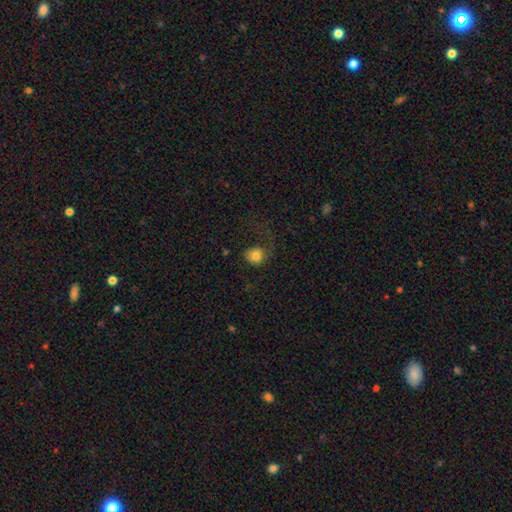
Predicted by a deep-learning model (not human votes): Smooth or featured?
  - smooth: 79% *
  - star or artifact: 11%
  - featured or disk: 10%
How rounded?
  - round: 71% *
  - in between: 27%
  - cigar-shaped: 1%
Merging?
  - none: 47% *
  - major disturbance: 29%
  - minor disturbance: 21%
  - merger: 2%